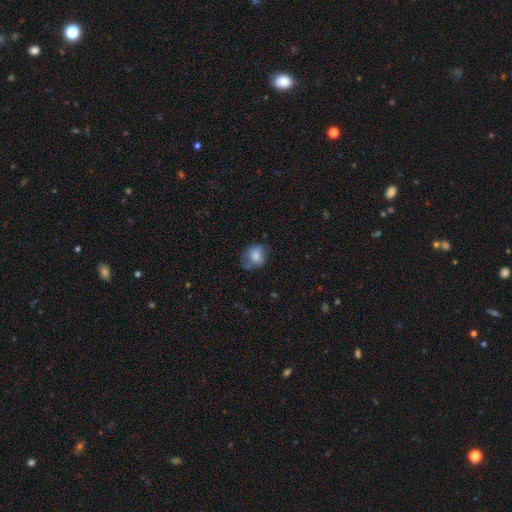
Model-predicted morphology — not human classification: Q: Smooth or featured?
A: smooth (73%); runner-up: featured or disk (18%)
Q: How rounded?
A: round (59%); runner-up: in between (40%)
Q: Merging?
A: none (55%); runner-up: minor disturbance (29%)